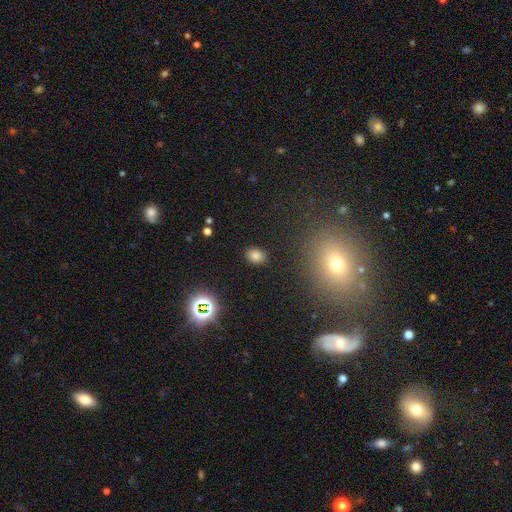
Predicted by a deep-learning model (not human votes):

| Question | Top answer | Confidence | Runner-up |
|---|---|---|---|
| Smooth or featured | smooth | 78% | star or artifact (15%) |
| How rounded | in between | 61% | round (38%) |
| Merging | none | 87% | minor disturbance (8%) |